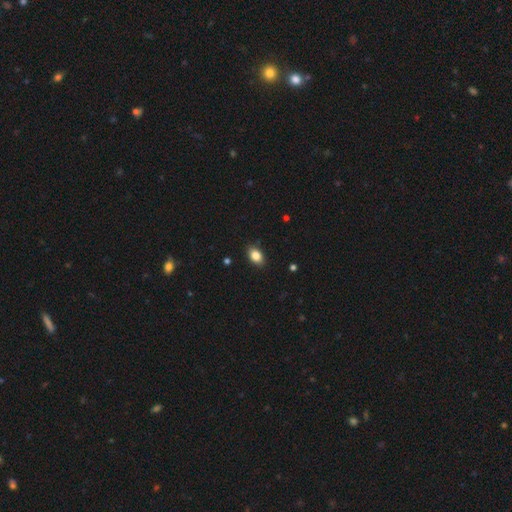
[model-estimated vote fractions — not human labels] The model was most divided on "how rounded": in between: 86%, round: 13%, cigar-shaped: 2%. More confident: merging — none (88%); smooth or featured — smooth (85%).